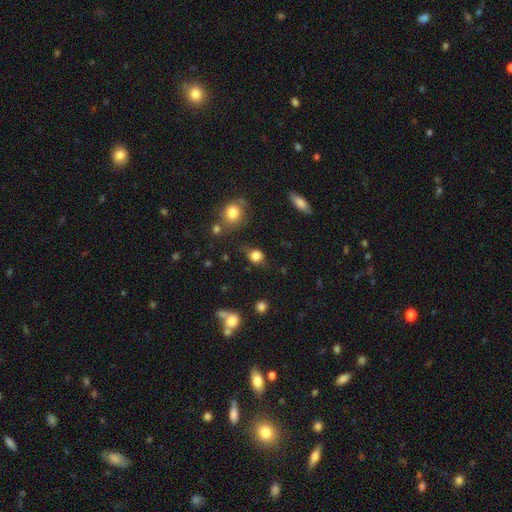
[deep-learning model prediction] This is likely a smooth galaxy (79%). How rounded: likely round (62%). Merging: possibly none (58%).